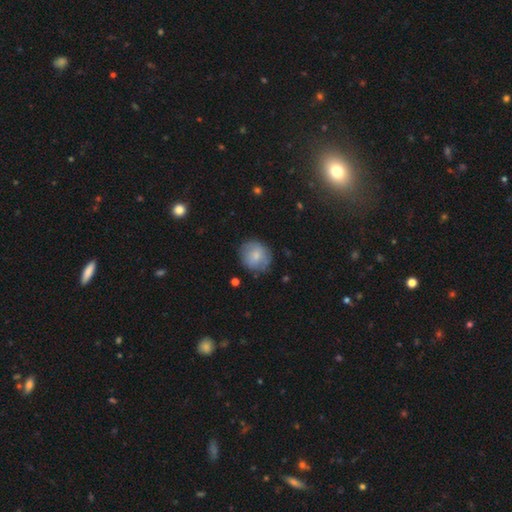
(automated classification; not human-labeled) Smooth or featured? Predicted: smooth (p=0.73). How rounded? Predicted: round (p=0.82). Merging? Predicted: none (p=0.75).